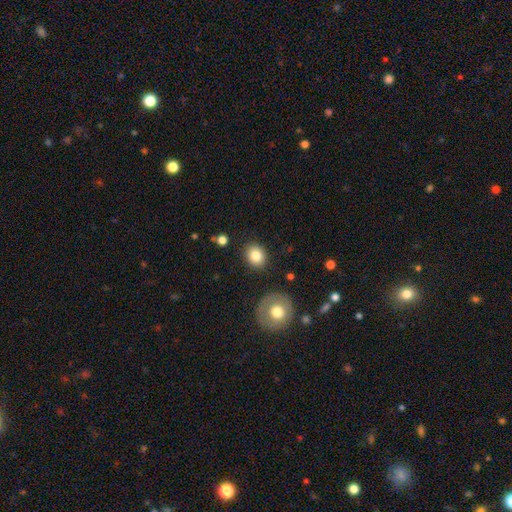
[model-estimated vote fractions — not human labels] Q: Smooth or featured?
A: smooth (82%); runner-up: star or artifact (9%)
Q: How rounded?
A: round (62%); runner-up: in between (37%)
Q: Merging?
A: none (87%); runner-up: minor disturbance (8%)